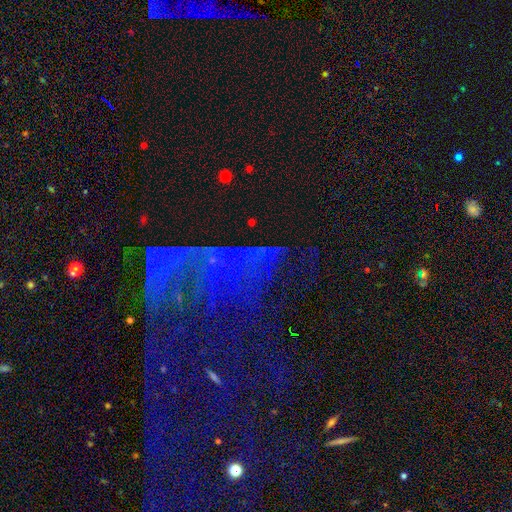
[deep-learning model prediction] A star or artifact, not a galaxy (64%).